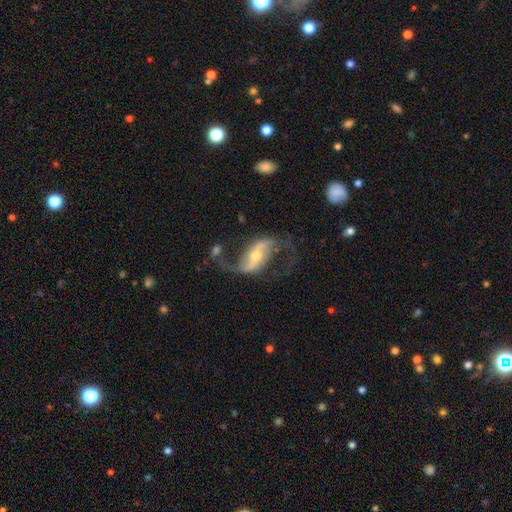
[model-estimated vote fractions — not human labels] smooth_or_featured: featured or disk (p=0.89) [alt: smooth p=0.06]
disk_edge_on: no (p=0.96) [alt: yes p=0.04]
bar: strong (p=0.45) [alt: weak p=0.33]
has_spiral_arms: yes (p=0.95) [alt: no p=0.05]
spiral_winding: loose (p=0.80) [alt: medium p=0.16]
spiral_arm_count: 2 (p=0.93) [alt: 1 p=0.02]
bulge_size: moderate (p=0.47) [tied with: small p=0.47]
merging: none (p=0.66) [alt: minor disturbance p=0.15]